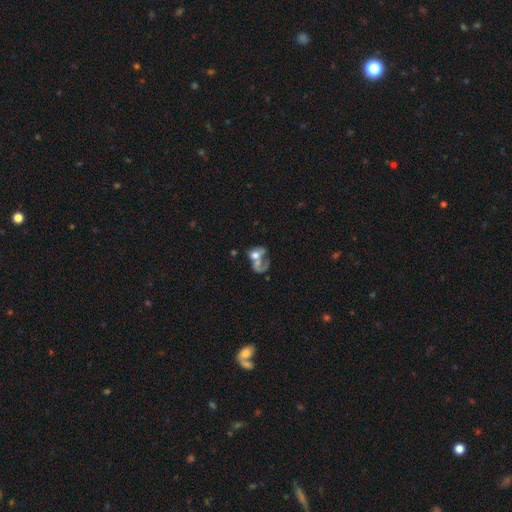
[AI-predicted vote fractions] Overall: featured or disk (49%; smooth 40%). Merging: merger (48%; major disturbance 29%).